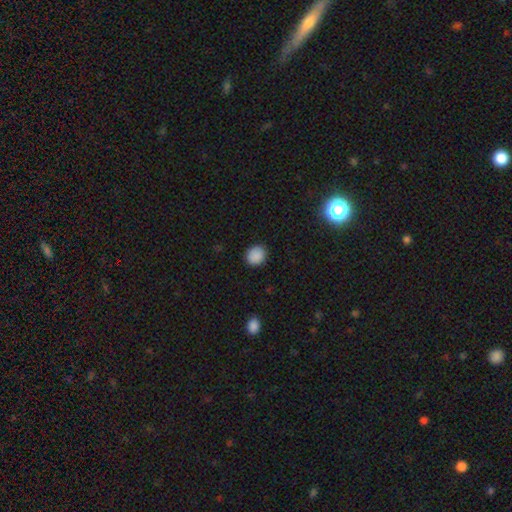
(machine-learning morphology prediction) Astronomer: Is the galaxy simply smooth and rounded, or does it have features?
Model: smooth — 88%.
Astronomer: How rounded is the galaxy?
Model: round — 75%.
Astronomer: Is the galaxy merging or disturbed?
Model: none — 89%.